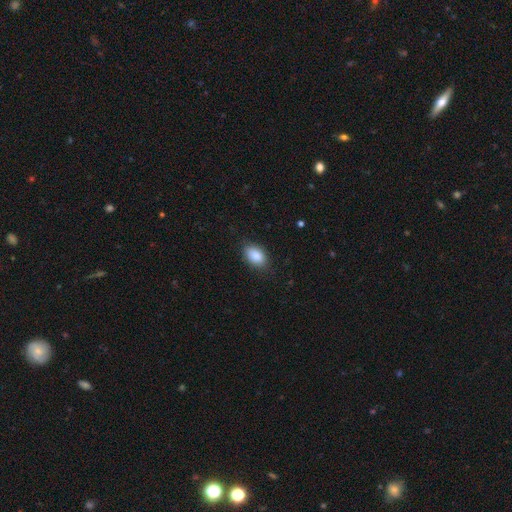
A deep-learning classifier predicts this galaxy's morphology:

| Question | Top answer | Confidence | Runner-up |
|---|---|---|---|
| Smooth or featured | smooth | 88% | star or artifact (7%) |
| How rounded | in between | 89% | round (9%) |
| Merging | none | 84% | minor disturbance (13%) |